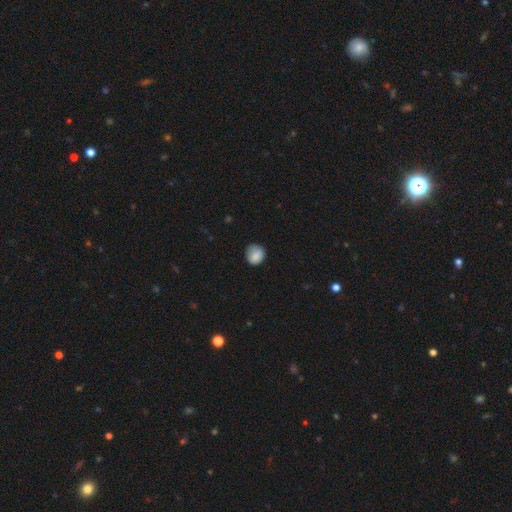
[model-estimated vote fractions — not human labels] This is clearly a smooth galaxy (83%). How rounded: likely round (79%). Merging: likely none (69%).